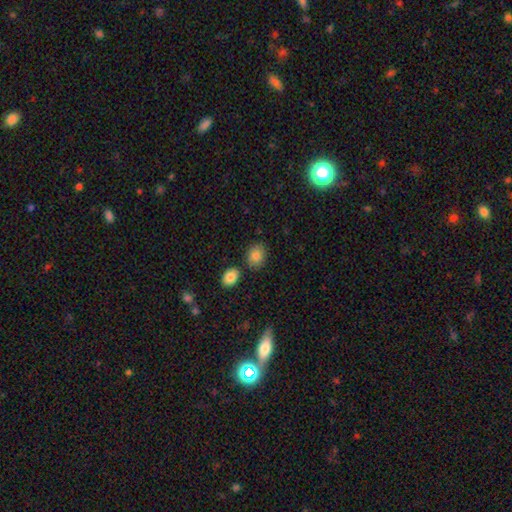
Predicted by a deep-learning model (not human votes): This is clearly a smooth galaxy (83%). How rounded: possibly in between (58%). Merging: likely none (77%).